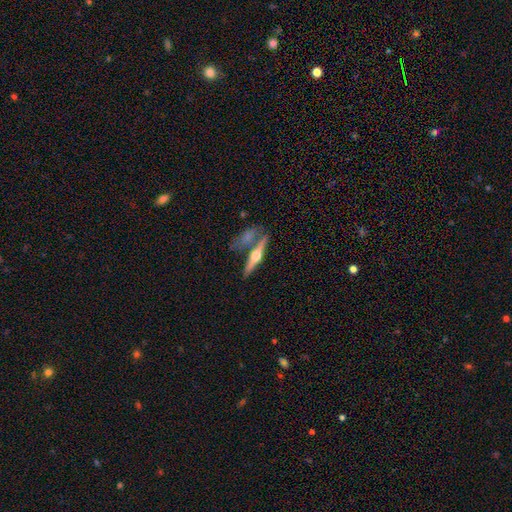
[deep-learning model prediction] Overall: featured or disk (71%). Edge-on disk: yes (96%). Edge-on bulge: rounded (95%). Merging: none (66%).